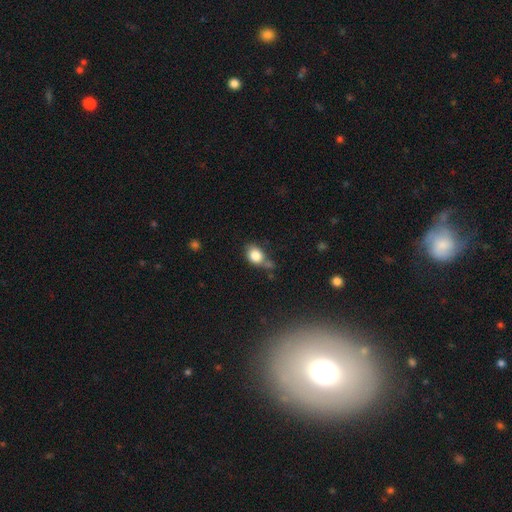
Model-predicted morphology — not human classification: smooth 82%, star or artifact 9%, featured or disk 8%. Down the decision tree: how rounded — in between (55%); merging — none (50%).